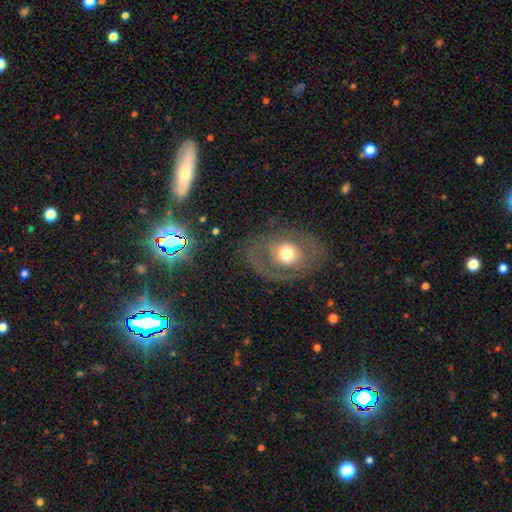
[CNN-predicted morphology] The model was most divided on "spiral arms" (2-way tie): no: 50%, yes: 50%. More confident: edge-on disk — no (92%); bar — no (77%); merging — none (74%); bulge size — moderate (67%); smooth or featured — featured or disk (59%).